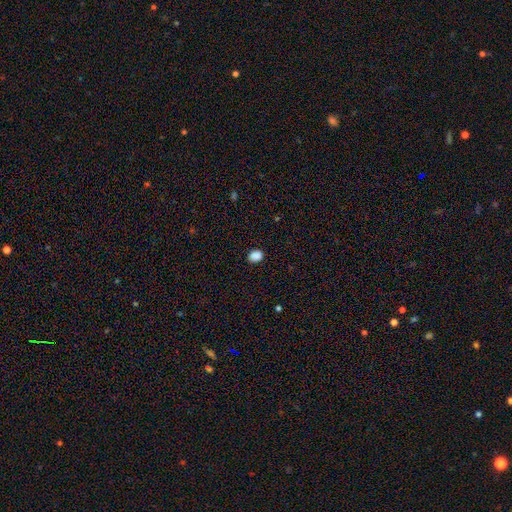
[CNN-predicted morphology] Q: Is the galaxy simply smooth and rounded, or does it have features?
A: smooth — 88%.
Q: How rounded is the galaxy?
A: in between — 57%.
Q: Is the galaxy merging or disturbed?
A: none — 88%.